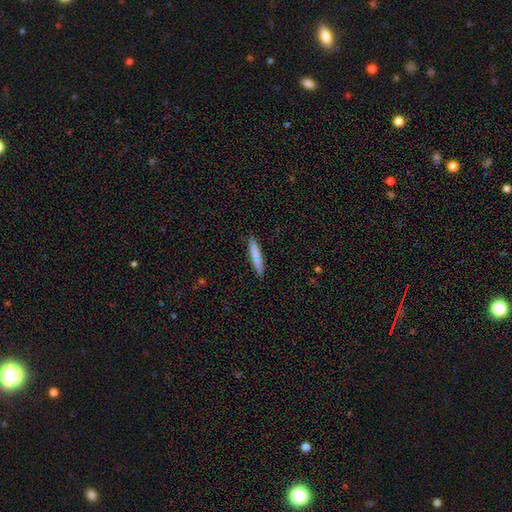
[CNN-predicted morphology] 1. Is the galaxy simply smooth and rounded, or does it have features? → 77% smooth, 17% featured or disk, 6% star or artifact.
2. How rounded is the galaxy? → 91% cigar-shaped, 7% in between, 1% round.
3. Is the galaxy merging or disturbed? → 88% none, 9% minor disturbance, 2% merger, 2% major disturbance.